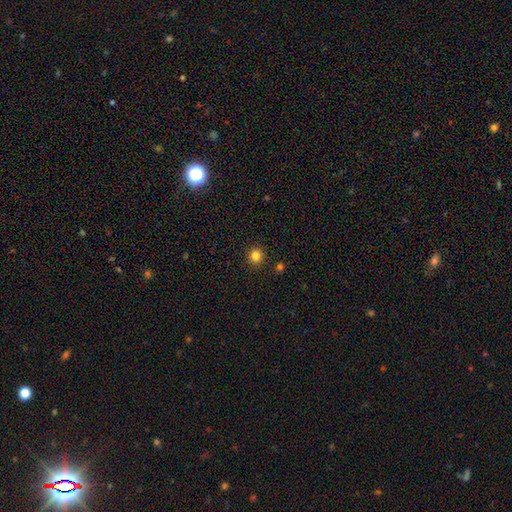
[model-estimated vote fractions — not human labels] Q: Smooth or featured?
A: smooth (82%); runner-up: star or artifact (13%)
Q: How rounded?
A: round (93%); runner-up: in between (6%)
Q: Merging?
A: none (92%); runner-up: minor disturbance (5%)